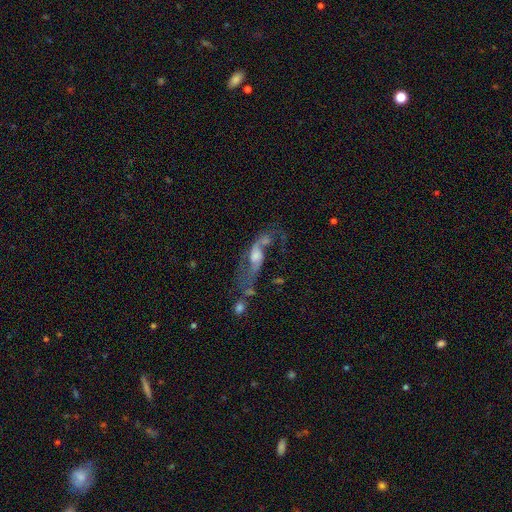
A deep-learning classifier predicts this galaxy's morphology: This appears to be a featured or disk galaxy (74%) with no bar (54%), spiral arms (81%) and a moderate central bulge (47%). Merging: none (34%).